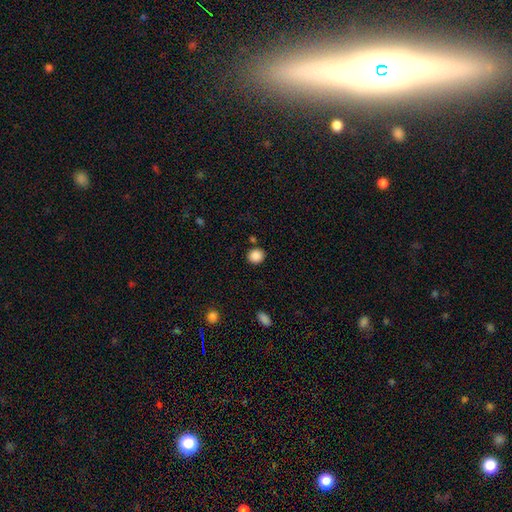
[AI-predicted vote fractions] smooth_or_featured: smooth (p=0.88) [alt: star or artifact p=0.09]
how_rounded: round (p=0.83) [alt: in between p=0.16]
merging: none (p=0.85) [alt: minor disturbance p=0.08]